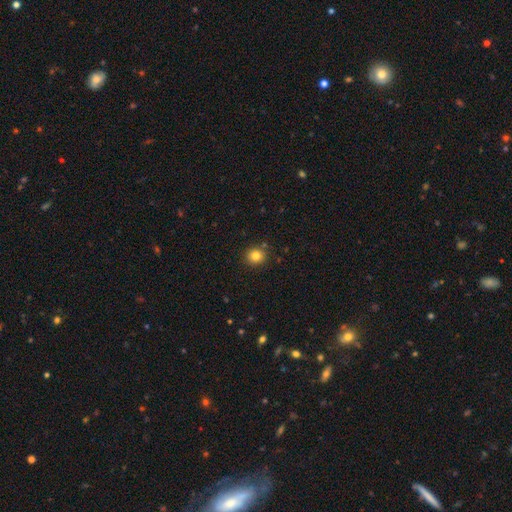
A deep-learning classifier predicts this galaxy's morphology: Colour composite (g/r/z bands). It shows a smooth galaxy with no disk features (82%) that is round (88%). Merging: none (88%).